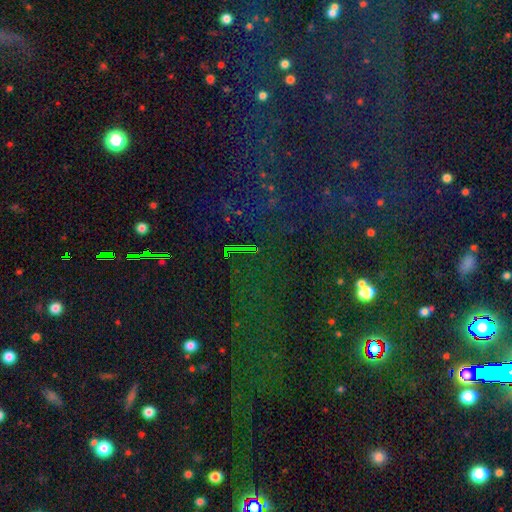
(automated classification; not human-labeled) Smooth or featured? Predicted: star or artifact (p=0.81).